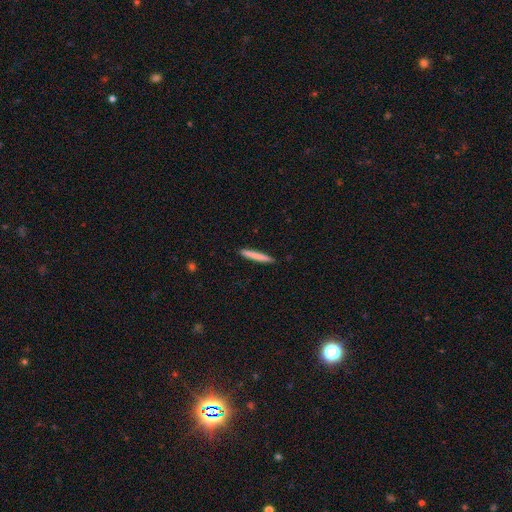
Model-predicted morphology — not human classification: smooth-or-featured: smooth: 79% | featured or disk: 16% | star or artifact: 6%
  how-rounded: cigar-shaped: 96% | in between: 3% | round: 1%
  merging: none: 91% | minor disturbance: 6% | major disturbance: 1% | merger: 1%